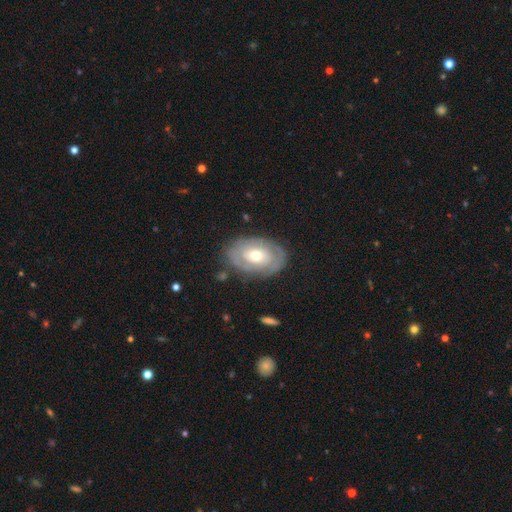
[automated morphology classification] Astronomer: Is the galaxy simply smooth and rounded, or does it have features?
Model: featured or disk — 65%.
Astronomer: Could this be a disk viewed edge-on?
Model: no — 94%.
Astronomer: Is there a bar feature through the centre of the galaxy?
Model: no — 79%.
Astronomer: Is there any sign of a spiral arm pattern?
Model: yes — 51% (runner-up: no, 49%).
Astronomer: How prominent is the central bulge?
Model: moderate — 61%.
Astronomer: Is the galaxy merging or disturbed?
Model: none — 78%.